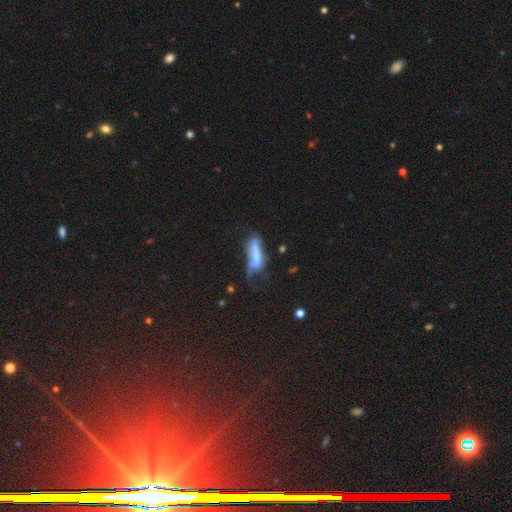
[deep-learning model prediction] Q: Smooth or featured?
A: smooth (53%); runner-up: featured or disk (37%)
Q: How rounded?
A: cigar-shaped (53%); runner-up: in between (45%)
Q: Merging?
A: major disturbance (35%); runner-up: minor disturbance (27%)